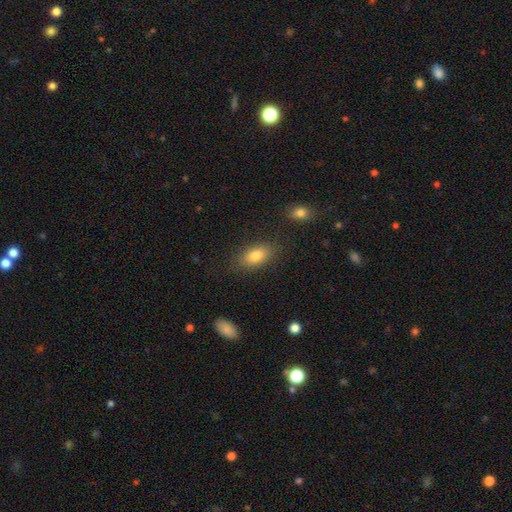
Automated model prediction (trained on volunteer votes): Smooth or featured?
  - smooth: 81% *
  - featured or disk: 10%
  - star or artifact: 8%
How rounded?
  - in between: 88% *
  - round: 7%
  - cigar-shaped: 5%
Merging?
  - none: 83% *
  - minor disturbance: 12%
  - major disturbance: 3%
  - merger: 2%